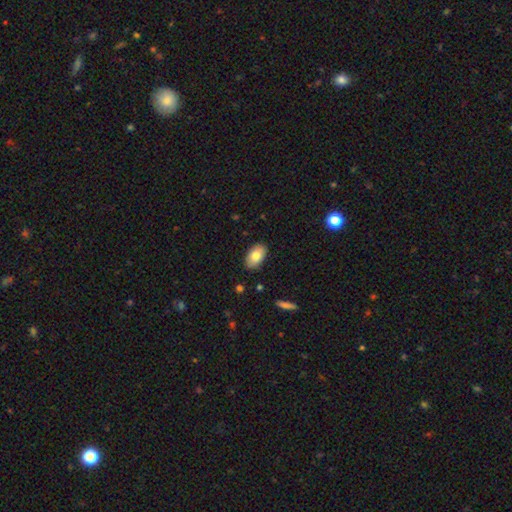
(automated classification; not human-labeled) A smooth galaxy with no disk features (79%) that is in between round and cigar-shaped (93%).

Vote fractions:
- Smooth or featured? smooth: 79% / featured or disk: 14% / star or artifact: 7%
- How rounded? in between: 93% / round: 5% / cigar-shaped: 1%
- Merging? none: 87% / minor disturbance: 10% / major disturbance: 2% / merger: 1%